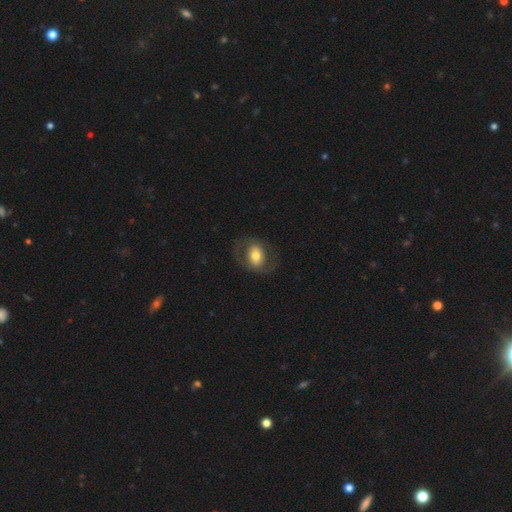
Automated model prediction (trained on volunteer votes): smooth_or_featured: smooth (p=0.54) [alt: featured or disk p=0.39]
how_rounded: in between (p=0.65) [alt: round p=0.34]
merging: none (p=0.72) [alt: minor disturbance p=0.15]